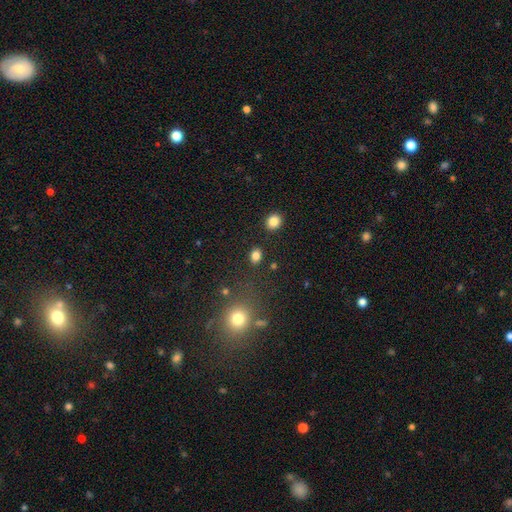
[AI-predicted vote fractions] smooth_or_featured: smooth (p=0.83) [alt: star or artifact p=0.12]
how_rounded: in between (p=0.57) [alt: round p=0.41]
merging: none (p=0.84) [alt: minor disturbance p=0.09]